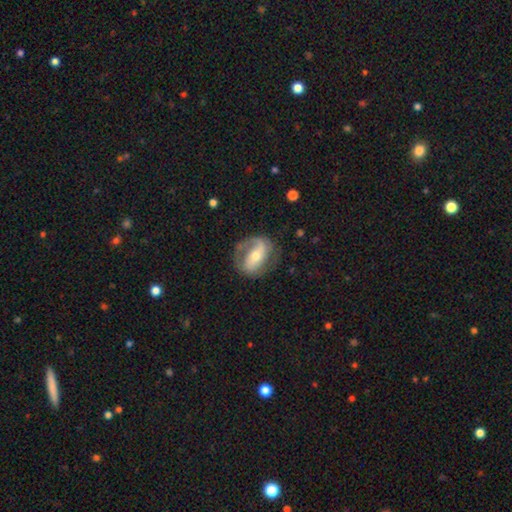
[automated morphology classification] This appears to be a featured or disk galaxy (74%) with no bar (34%, tied with strong), 2 (65%) medium (43%) spiral arms (85%) and a moderate central bulge (56%). Merging: none (65%).